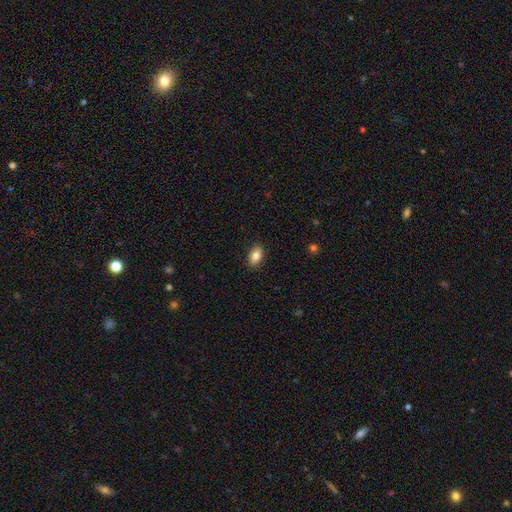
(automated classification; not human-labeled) Overall: smooth (82%). How rounded: in between (88%). Merging: none (89%).